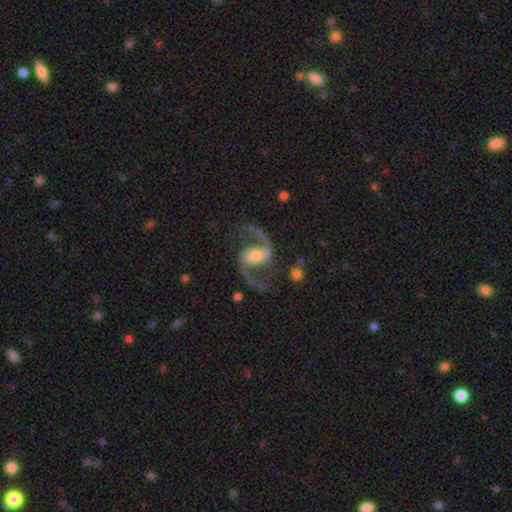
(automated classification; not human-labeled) smooth_or_featured: featured or disk (p=0.92) [alt: star or artifact p=0.04]
disk_edge_on: no (p=0.98) [alt: yes p=0.02]
bar: weak (p=0.40) [alt: strong p=0.32]
has_spiral_arms: yes (p=0.98) [alt: no p=0.02]
spiral_winding: loose (p=0.55) [alt: medium p=0.39]
spiral_arm_count: 2 (p=0.95) [alt: 1 p=0.01]
bulge_size: moderate (p=0.58) [alt: small p=0.28]
merging: none (p=0.78) [alt: minor disturbance p=0.12]